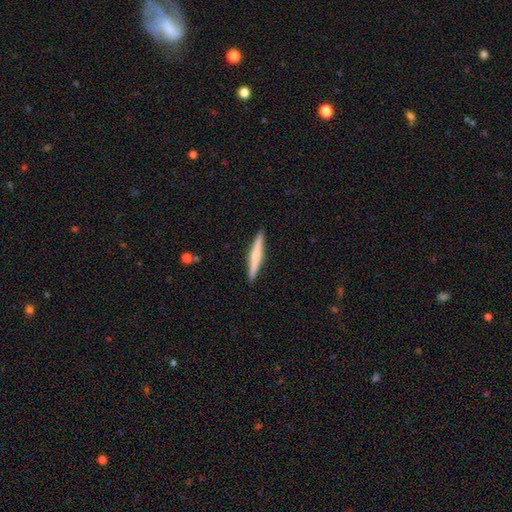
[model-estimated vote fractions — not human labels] The model was most divided on "smooth or featured": smooth: 49%, featured or disk: 45%, star or artifact: 6%. More confident: merging — none (91%).